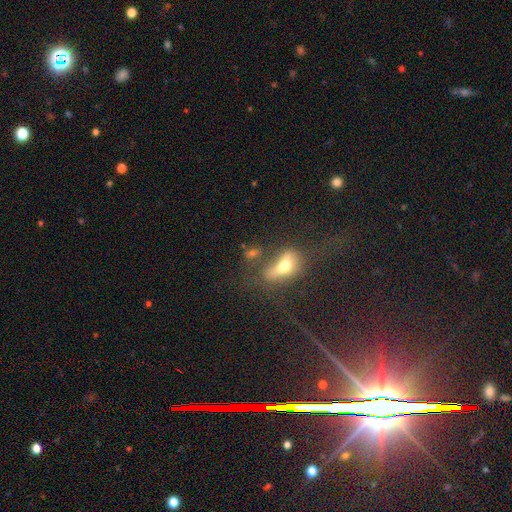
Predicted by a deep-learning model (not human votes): smooth_or_featured: smooth (p=0.48) [alt: featured or disk p=0.31]
merging: none (p=0.32) [alt: merger p=0.30]